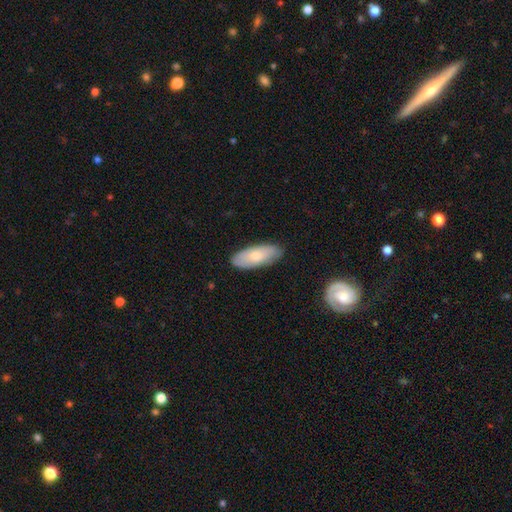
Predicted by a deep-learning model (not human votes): A smooth galaxy with no disk features (66%) that is in between round and cigar-shaped (81%). Merging: none (85%).